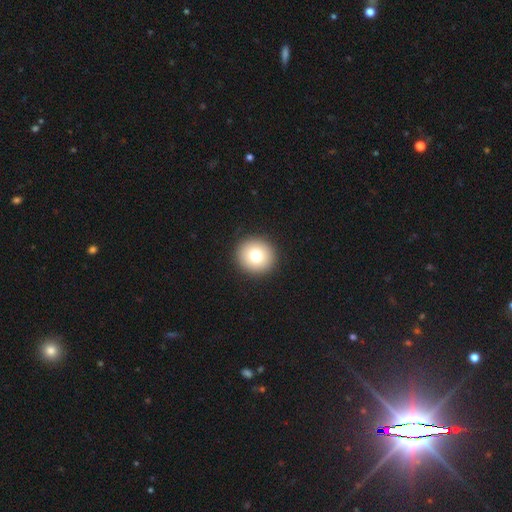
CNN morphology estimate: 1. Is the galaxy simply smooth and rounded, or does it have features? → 76% smooth, 14% featured or disk, 11% star or artifact.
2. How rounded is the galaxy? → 93% round, 6% in between, 1% cigar-shaped.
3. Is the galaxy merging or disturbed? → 93% none, 4% minor disturbance, 2% major disturbance, 1% merger.